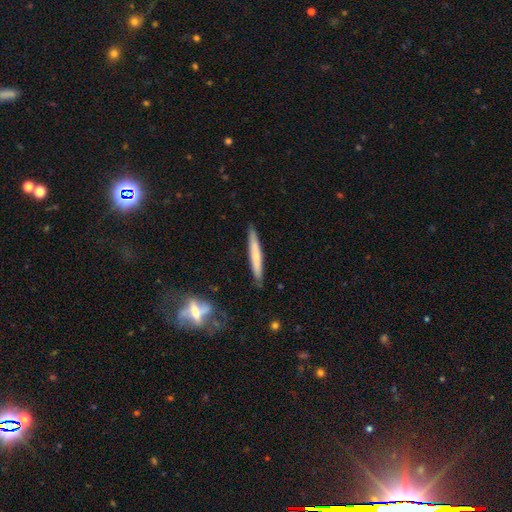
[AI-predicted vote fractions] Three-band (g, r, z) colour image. It shows a smooth galaxy with no disk features (56%) that is cigar-shaped (95%). Merging: none (87%).